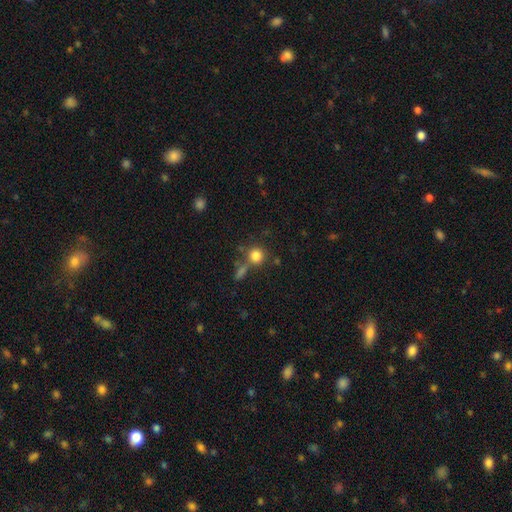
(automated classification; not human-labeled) Smooth or featured?
  - smooth: 82% *
  - star or artifact: 11%
  - featured or disk: 7%
How rounded?
  - round: 89% *
  - in between: 10%
  - cigar-shaped: 1%
Merging?
  - none: 66% *
  - merger: 17%
  - minor disturbance: 11%
  - major disturbance: 5%